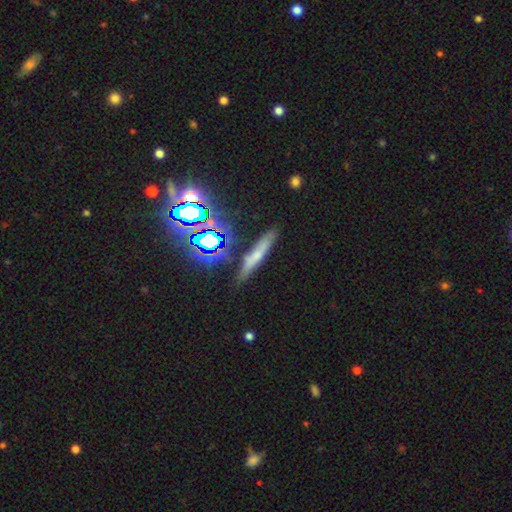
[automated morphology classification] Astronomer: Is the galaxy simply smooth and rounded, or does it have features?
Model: smooth — 48% (runner-up: featured or disk, 30%).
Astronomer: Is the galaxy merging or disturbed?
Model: none — 79%.